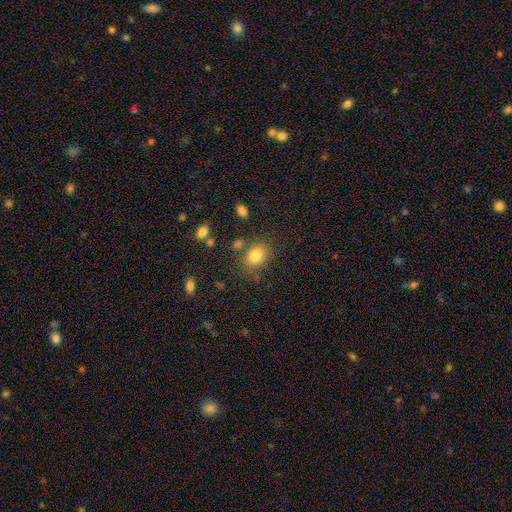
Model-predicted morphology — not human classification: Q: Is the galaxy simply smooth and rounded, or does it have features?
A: smooth — 81%.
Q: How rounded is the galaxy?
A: in between — 66%.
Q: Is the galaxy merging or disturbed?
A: none — 73%.